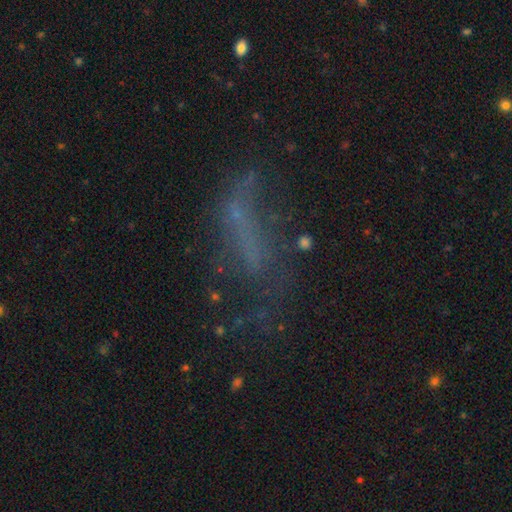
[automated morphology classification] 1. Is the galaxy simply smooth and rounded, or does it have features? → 37% featured or disk, 34% smooth, 29% star or artifact.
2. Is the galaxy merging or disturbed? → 42% none, 33% major disturbance, 18% minor disturbance, 7% merger.